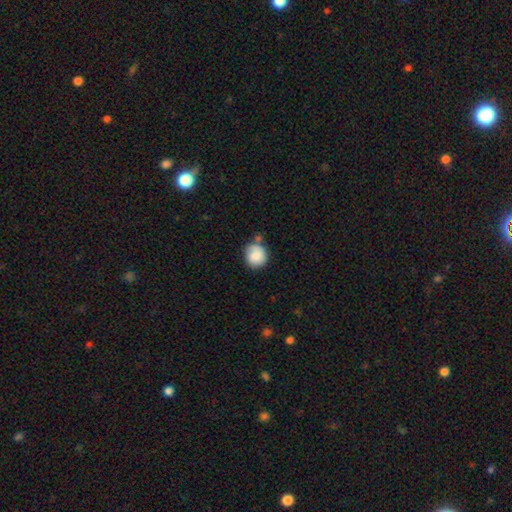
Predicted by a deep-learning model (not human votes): Overall: smooth (81%). How rounded: round (86%). Merging: none (59%; minor disturbance 24%).